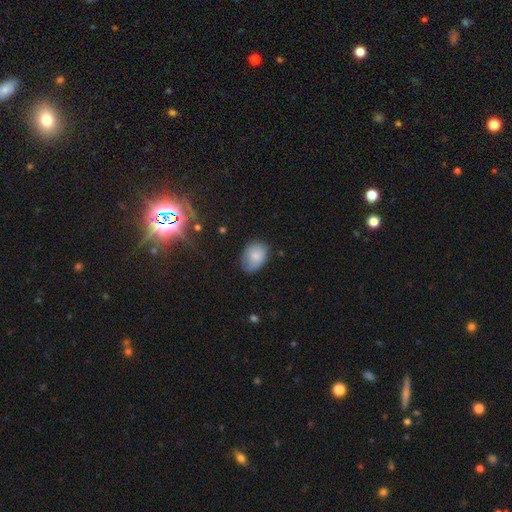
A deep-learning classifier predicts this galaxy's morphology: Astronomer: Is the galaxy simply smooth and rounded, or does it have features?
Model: smooth — 80%.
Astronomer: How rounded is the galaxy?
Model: in between — 76%.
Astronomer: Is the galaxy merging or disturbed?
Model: none — 62%.